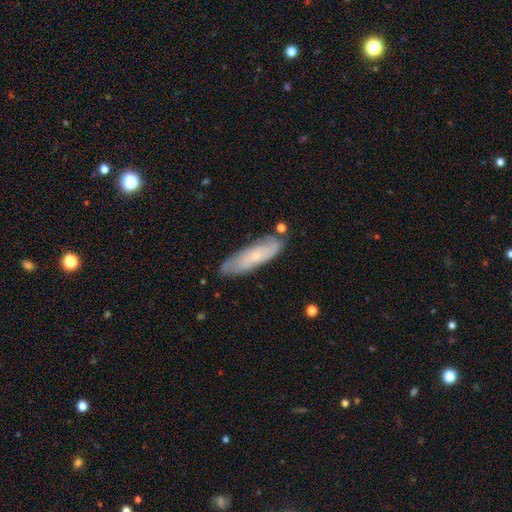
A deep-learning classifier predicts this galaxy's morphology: type=featured or disk (55%); edge-on=no (74%); merging=none (71%).